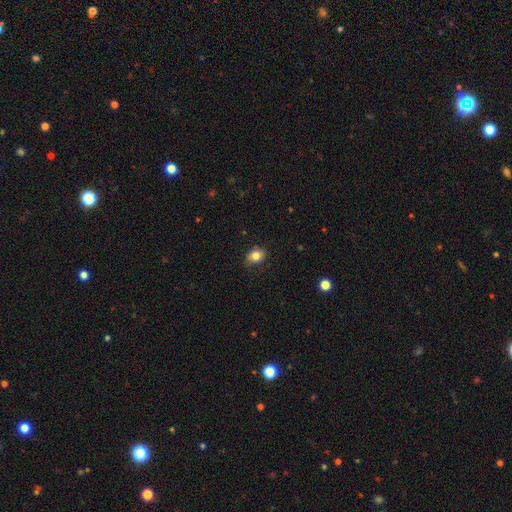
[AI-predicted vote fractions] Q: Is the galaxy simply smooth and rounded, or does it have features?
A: smooth — 82%.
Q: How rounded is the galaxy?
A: in between — 66%.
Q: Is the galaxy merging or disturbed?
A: none — 81%.